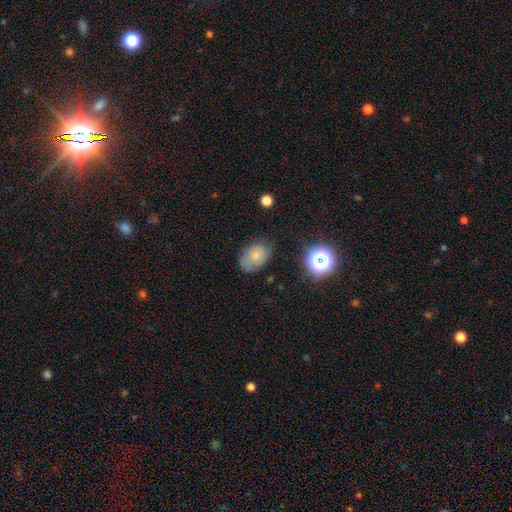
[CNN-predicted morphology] Q: Smooth or featured?
A: smooth (72%); runner-up: featured or disk (15%)
Q: How rounded?
A: in between (76%); runner-up: round (22%)
Q: Merging?
A: none (67%); runner-up: minor disturbance (24%)